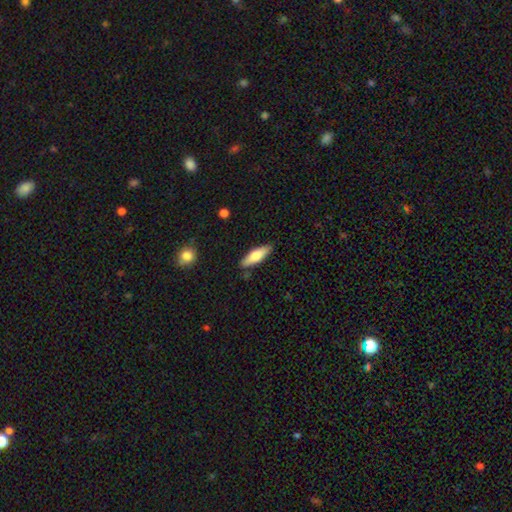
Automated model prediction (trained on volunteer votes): Overall: smooth (68%). How rounded: cigar-shaped (50%; in between 48%). Merging: none (84%).